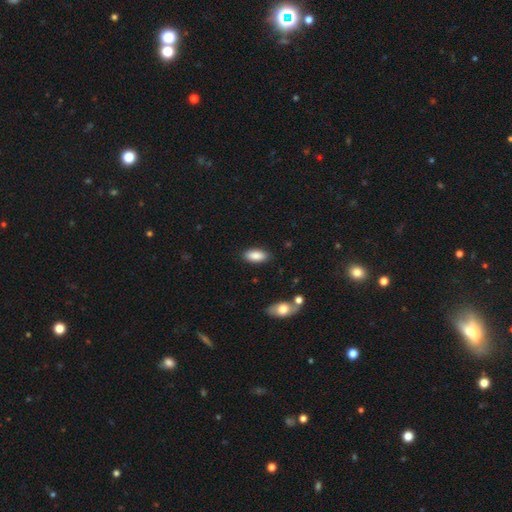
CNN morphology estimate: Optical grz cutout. It shows a smooth galaxy with no disk features (87%) that is in between round and cigar-shaped (87%). Merging: none (85%).